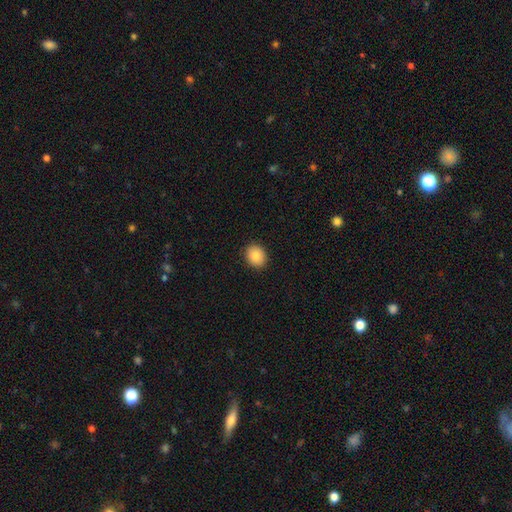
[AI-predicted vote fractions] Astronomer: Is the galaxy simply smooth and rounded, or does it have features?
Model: smooth — 87%.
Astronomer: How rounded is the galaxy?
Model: round — 63%.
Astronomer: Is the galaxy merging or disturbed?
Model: none — 91%.